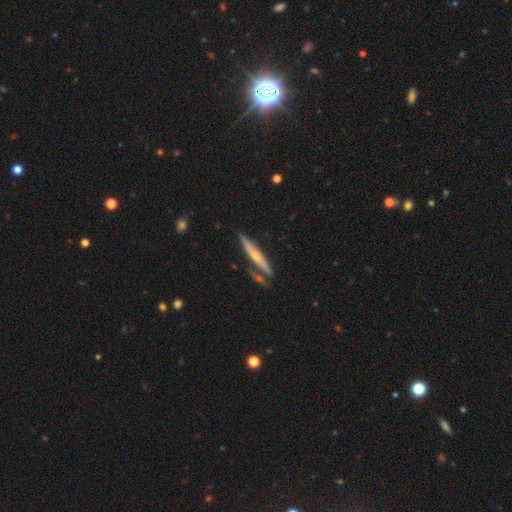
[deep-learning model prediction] Smooth or featured?
  - featured or disk: 59% *
  - smooth: 35%
  - star or artifact: 6%
Edge-on disk?
  - yes: 95% *
  - no: 5%
Edge-on bulge?
  - rounded: 71% *
  - none: 24%
  - boxy: 5%
Merging?
  - none: 73% *
  - minor disturbance: 13%
  - merger: 10%
  - major disturbance: 3%